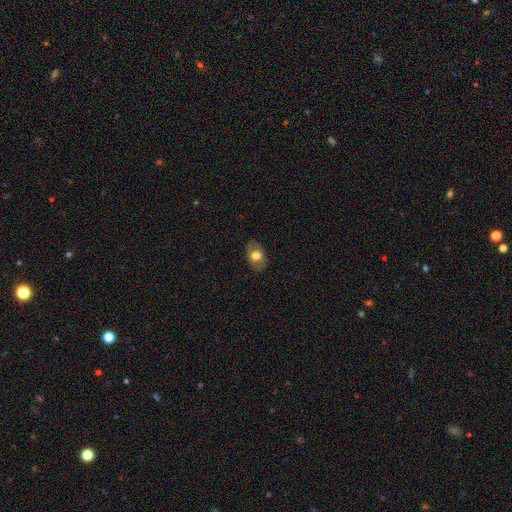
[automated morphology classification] Overall: smooth (63%; featured or disk 30%). How rounded: in between (81%). Merging: none (82%).